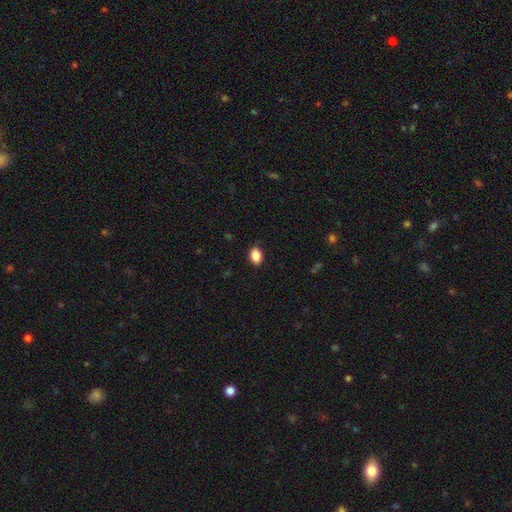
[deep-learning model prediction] smooth-or-featured: smooth: 88% | star or artifact: 8% | featured or disk: 4%
  how-rounded: in between: 71% | round: 28% | cigar-shaped: 1%
  merging: none: 86% | minor disturbance: 11% | major disturbance: 2% | merger: 1%